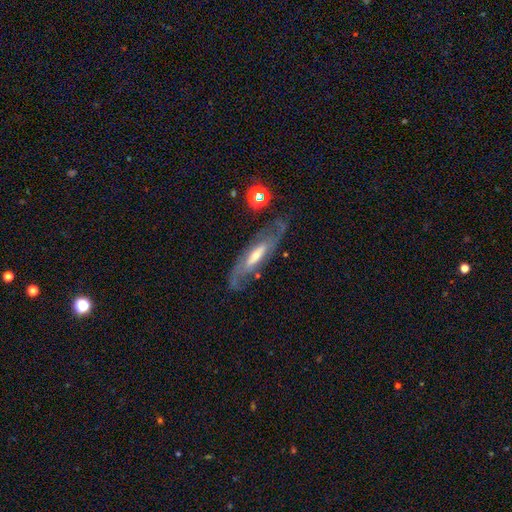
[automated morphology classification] Smooth or featured: featured or disk — 75% (smooth — 18%)
Edge-on disk: no — 70% (yes — 30%)
Bar: weak — 38% (no — 33%)
Spiral arms: yes — 80% (no — 20%)
Bulge size: moderate — 47% (small — 40%)
Merging: none — 68% (minor disturbance — 18%)